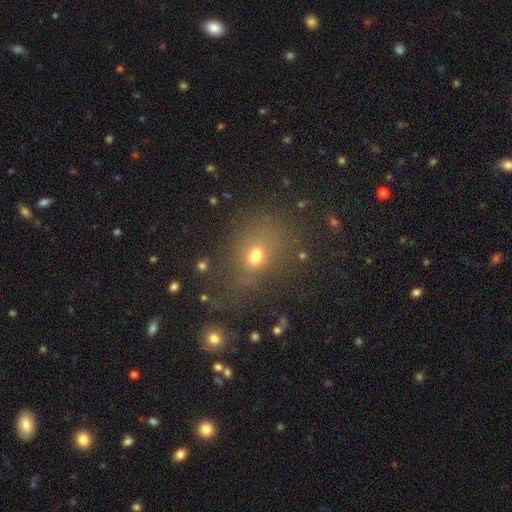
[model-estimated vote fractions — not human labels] Q: Smooth or featured?
A: smooth (63%); runner-up: star or artifact (23%)
Q: How rounded?
A: in between (55%); runner-up: round (43%)
Q: Merging?
A: none (60%); runner-up: minor disturbance (18%)